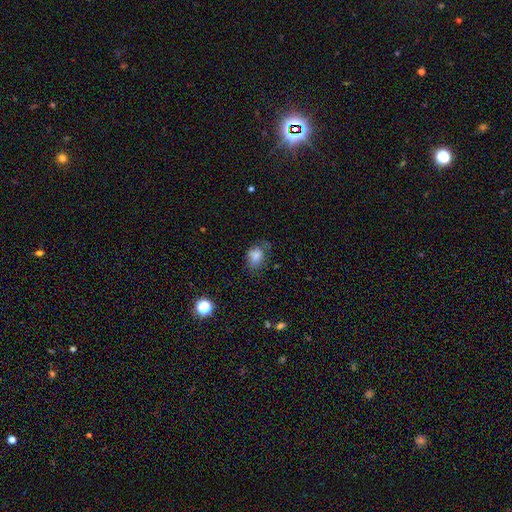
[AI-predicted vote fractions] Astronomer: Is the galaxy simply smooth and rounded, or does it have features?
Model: smooth — 75%.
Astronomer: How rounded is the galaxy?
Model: in between — 62%.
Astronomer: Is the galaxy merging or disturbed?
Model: none — 51% (runner-up: minor disturbance, 29%).